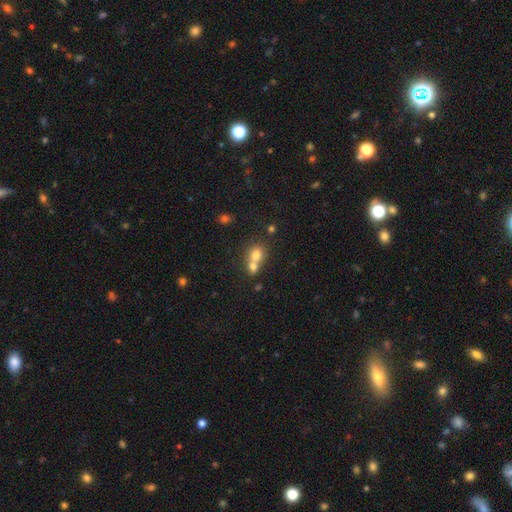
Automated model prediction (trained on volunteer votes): Smooth or featured?
  - smooth: 73% *
  - featured or disk: 16%
  - star or artifact: 11%
How rounded?
  - round: 54% *
  - in between: 45%
  - cigar-shaped: 1%
Merging?
  - merger: 67% *
  - none: 24%
  - minor disturbance: 6%
  - major disturbance: 3%